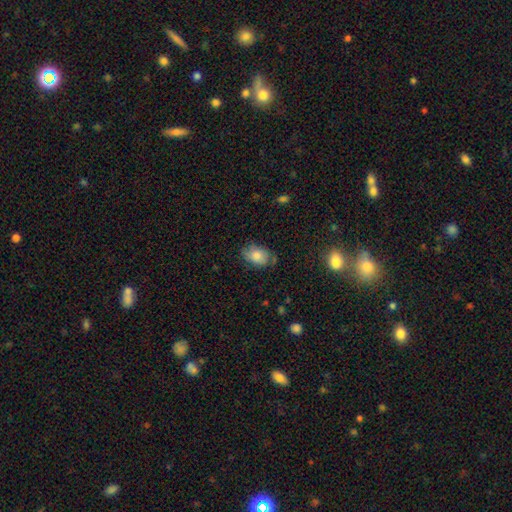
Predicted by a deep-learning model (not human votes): Morphology: type=smooth (77%); roundness=in between (83%); merging=none (68%).